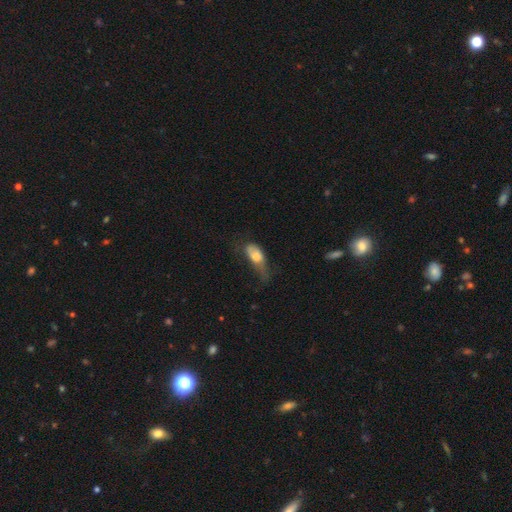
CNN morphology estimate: A smooth galaxy with no disk features (71%) that is in between round and cigar-shaped (82%).

Vote fractions:
- Smooth or featured? smooth: 71% / featured or disk: 21% / star or artifact: 8%
- How rounded? in between: 82% / cigar-shaped: 12% / round: 6%
- Merging? major disturbance: 45% / minor disturbance: 32% / none: 20% / merger: 4%